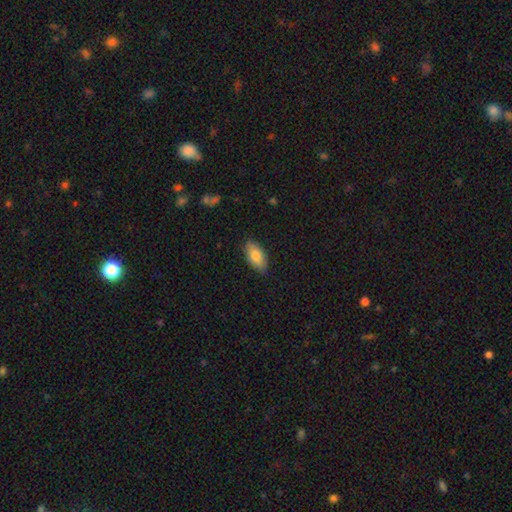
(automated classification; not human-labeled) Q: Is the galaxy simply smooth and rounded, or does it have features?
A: smooth — 81%.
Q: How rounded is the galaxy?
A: in between — 92%.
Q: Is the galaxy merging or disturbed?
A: none — 84%.